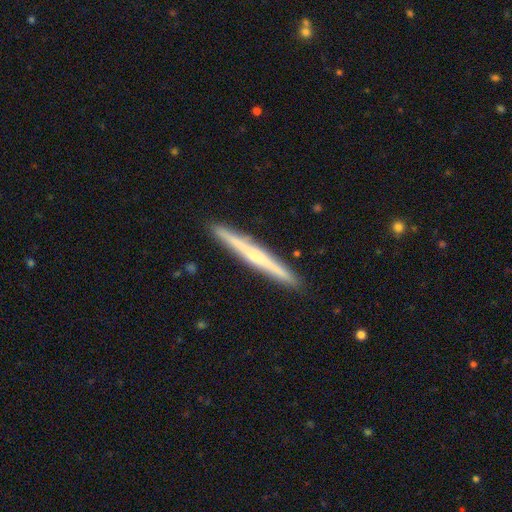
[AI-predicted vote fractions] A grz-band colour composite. It shows a featured or disk galaxy (58%) viewed edge-on (98%) with no central bulge (55%). Merging: none (92%).